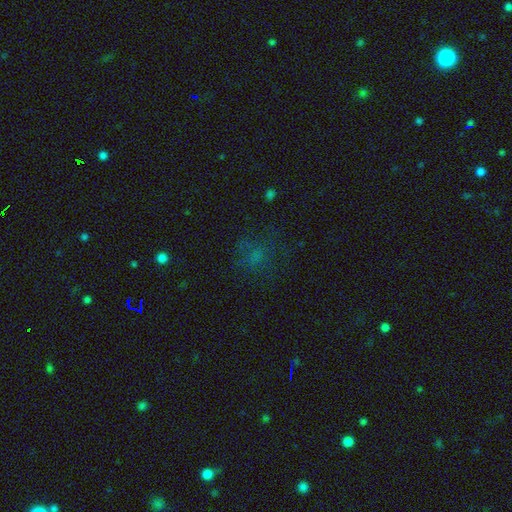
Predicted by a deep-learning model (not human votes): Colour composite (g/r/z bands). It shows a smooth galaxy with no disk features (49%). Merging: none (63%).